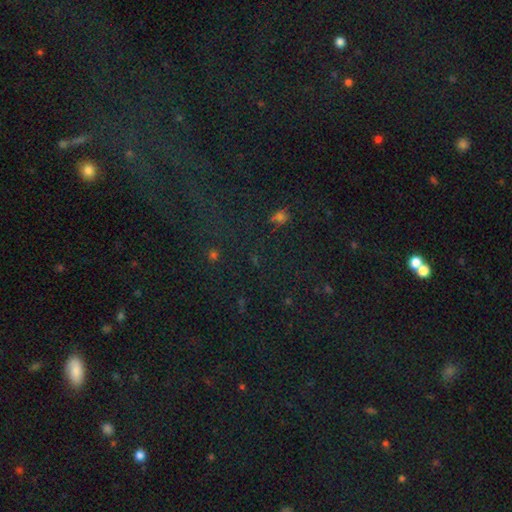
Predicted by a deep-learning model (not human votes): star or artifact 73%, smooth 18%, featured or disk 9%.